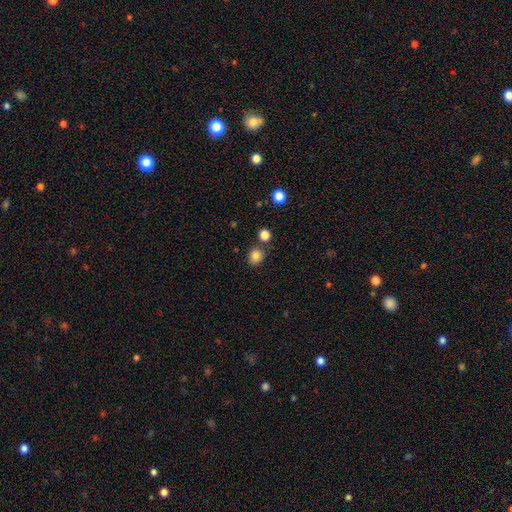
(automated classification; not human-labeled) This is clearly a smooth galaxy (84%). How rounded: likely round (74%). Merging: likely none (78%).